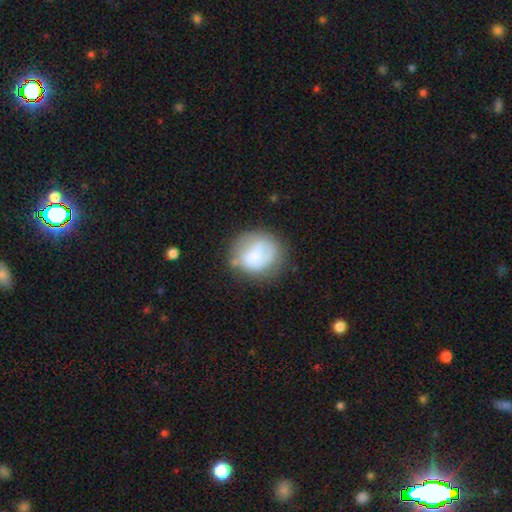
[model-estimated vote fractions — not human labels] This appears to be a smooth galaxy with no disk features (61%) that is round (69%). Merging: none (52%).